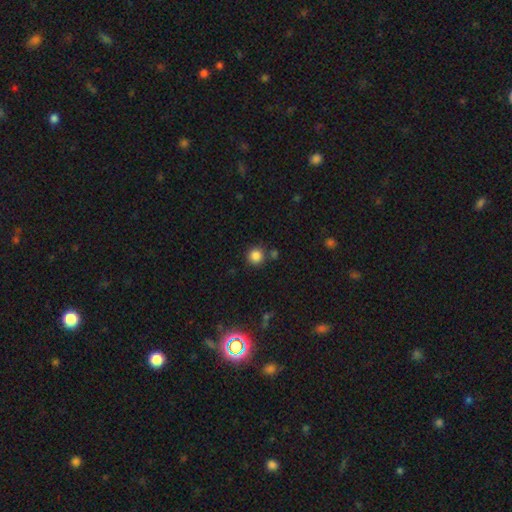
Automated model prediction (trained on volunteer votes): Smooth or featured?
  - smooth: 85% *
  - star or artifact: 11%
  - featured or disk: 4%
How rounded?
  - round: 94% *
  - in between: 5%
  - cigar-shaped: 1%
Merging?
  - none: 83% *
  - minor disturbance: 8%
  - merger: 6%
  - major disturbance: 3%